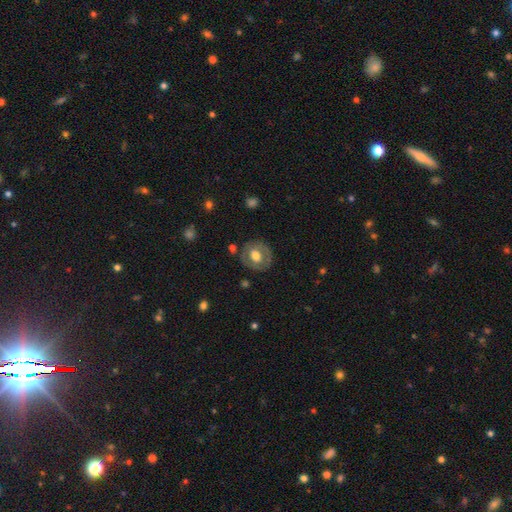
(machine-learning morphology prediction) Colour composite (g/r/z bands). It shows a smooth galaxy with no disk features (50%). Merging: none (79%).